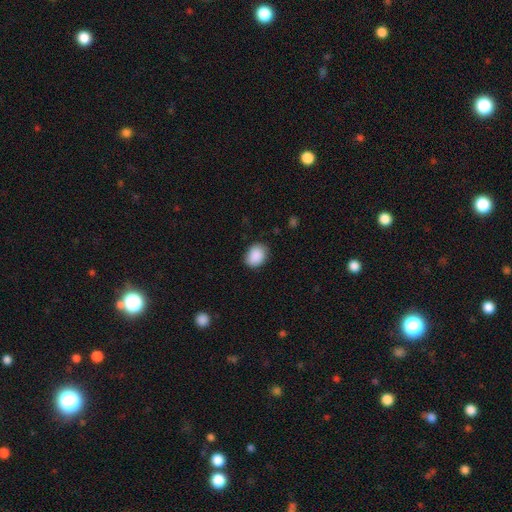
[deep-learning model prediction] Q: Smooth or featured?
A: smooth (90%); runner-up: star or artifact (7%)
Q: How rounded?
A: in between (58%); runner-up: round (41%)
Q: Merging?
A: none (82%); runner-up: minor disturbance (14%)